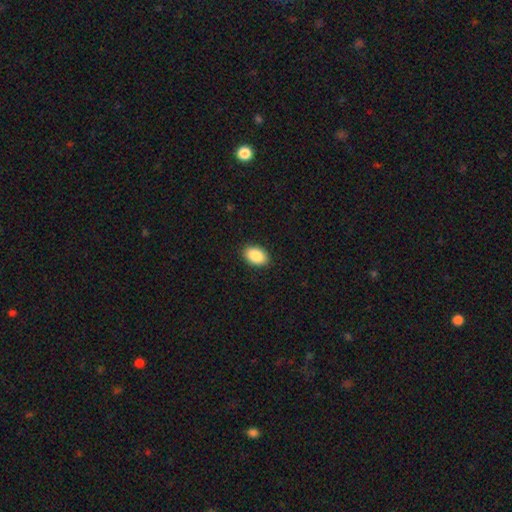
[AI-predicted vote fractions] smooth_or_featured: smooth (p=0.88) [alt: star or artifact p=0.07]
how_rounded: in between (p=0.90) [alt: round p=0.09]
merging: none (p=0.90) [alt: minor disturbance p=0.07]